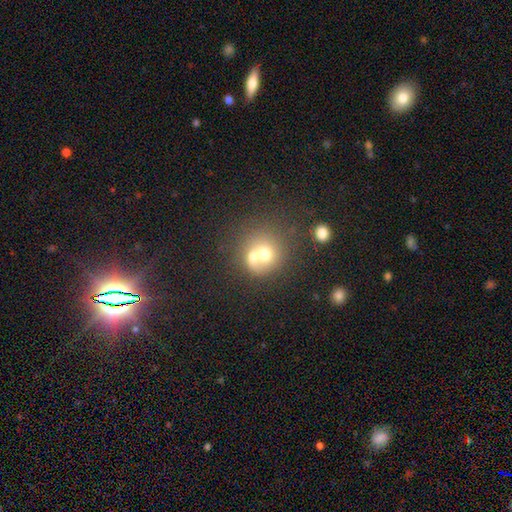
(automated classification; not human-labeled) The model was most divided on "merging": merger: 56%, none: 31%, minor disturbance: 7%, major disturbance: 5%. More confident: how rounded — round (81%); smooth or featured — smooth (61%).